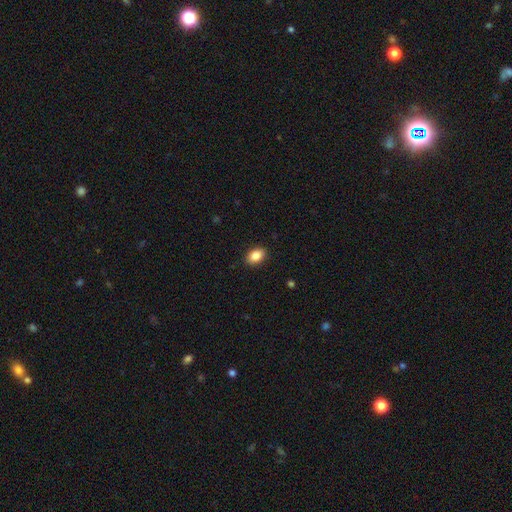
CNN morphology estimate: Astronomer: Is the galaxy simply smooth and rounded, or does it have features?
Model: smooth — 87%.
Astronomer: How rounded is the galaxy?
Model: in between — 85%.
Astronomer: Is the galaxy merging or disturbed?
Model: none — 90%.